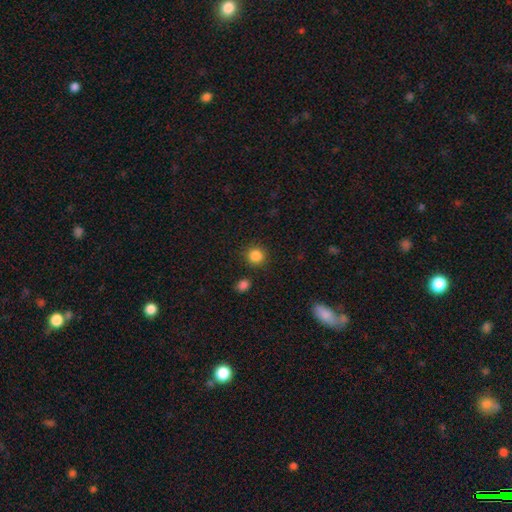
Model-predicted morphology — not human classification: smooth 86%, star or artifact 11%, featured or disk 4%. Down the decision tree: how rounded — round (93%); merging — none (89%).